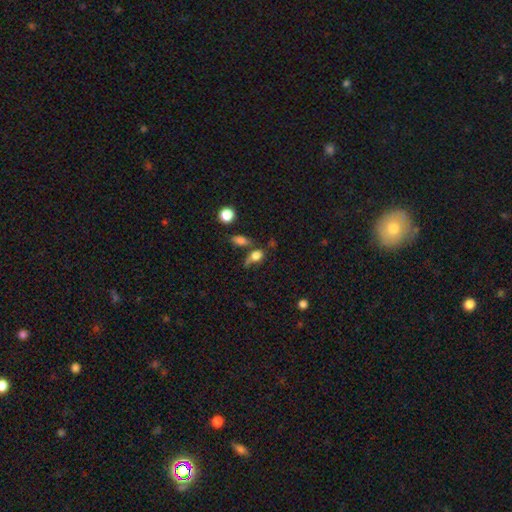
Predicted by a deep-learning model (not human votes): Smooth or featured?
  - smooth: 76% *
  - star or artifact: 12%
  - featured or disk: 12%
How rounded?
  - in between: 67% *
  - round: 28%
  - cigar-shaped: 5%
Merging?
  - none: 39% *
  - merger: 24%
  - minor disturbance: 20%
  - major disturbance: 16%